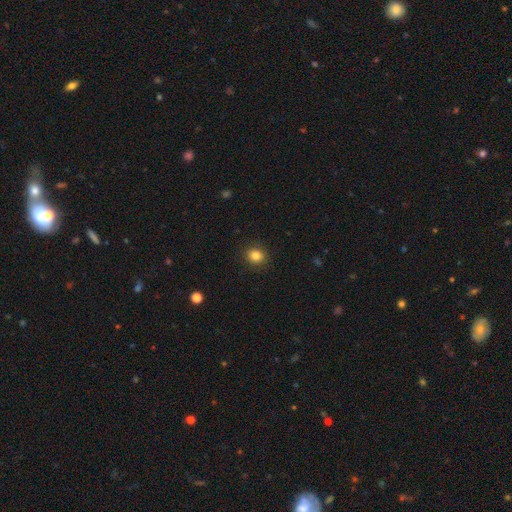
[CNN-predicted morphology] Smooth or featured?
  - smooth: 83% *
  - star or artifact: 11%
  - featured or disk: 6%
How rounded?
  - round: 82% *
  - in between: 17%
  - cigar-shaped: 1%
Merging?
  - none: 91% *
  - minor disturbance: 6%
  - major disturbance: 2%
  - merger: 1%